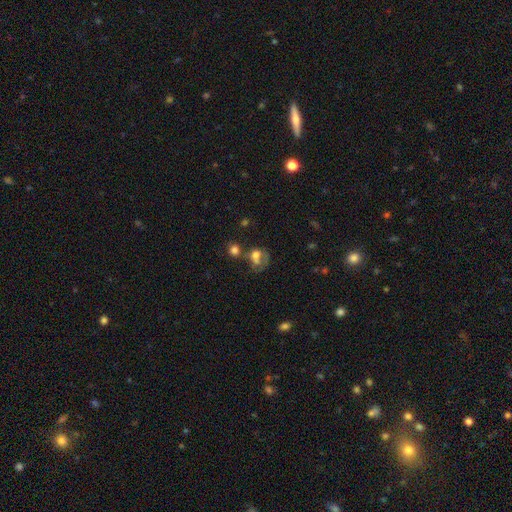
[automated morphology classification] Smooth or featured? Predicted: smooth (p=0.55). How rounded? Predicted: round (p=0.55). Merging? Predicted: merger (p=0.37).